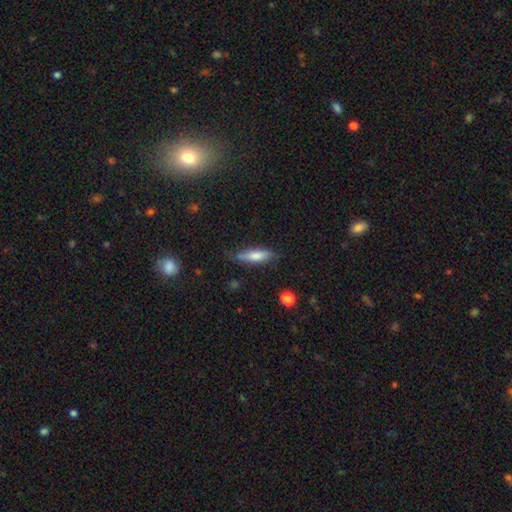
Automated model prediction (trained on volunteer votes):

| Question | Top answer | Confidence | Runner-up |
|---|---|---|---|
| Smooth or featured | smooth | 68% | featured or disk (25%) |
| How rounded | cigar-shaped | 66% | in between (32%) |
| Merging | none | 77% | minor disturbance (18%) |